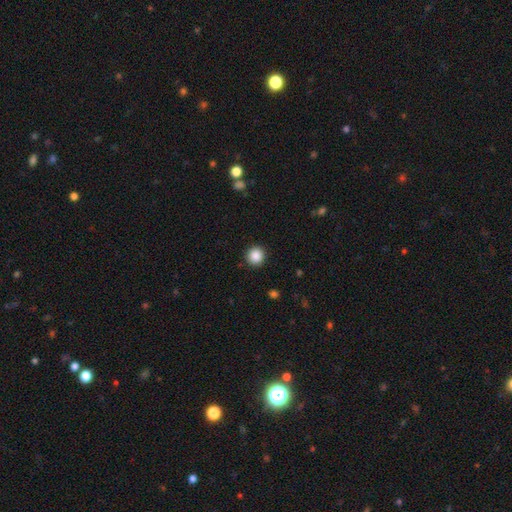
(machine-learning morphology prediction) A smooth galaxy with no disk features (87%) that is round (94%).

Vote fractions:
- Smooth or featured? smooth: 87% / star or artifact: 10% / featured or disk: 3%
- How rounded? round: 94% / in between: 5% / cigar-shaped: 1%
- Merging? none: 92% / minor disturbance: 5% / major disturbance: 2% / merger: 1%